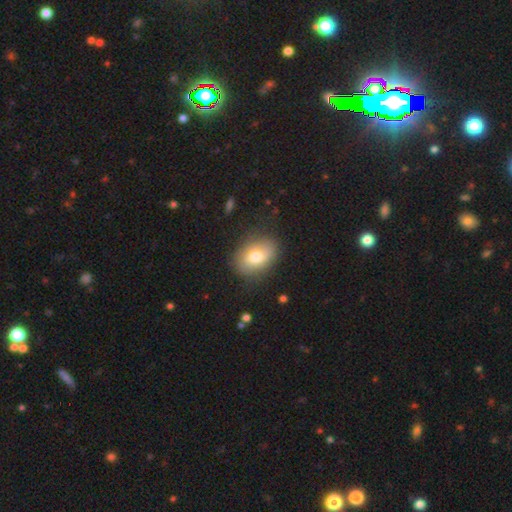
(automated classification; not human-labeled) Morphology: type=smooth (73%); roundness=in between (77%); merging=none (79%).